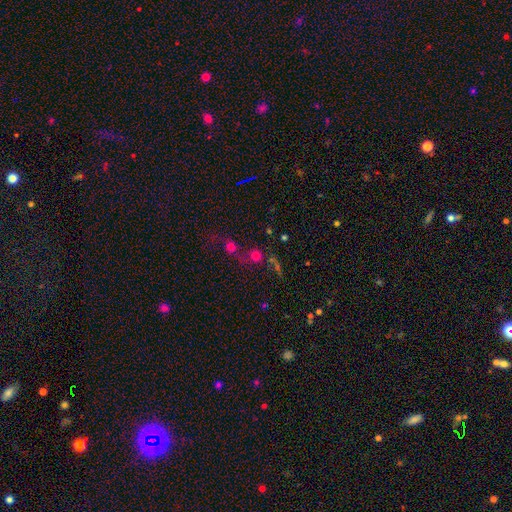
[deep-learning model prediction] This appears to be a smooth galaxy with no disk features (61%) that is round (88%). Merging: merger (50%).